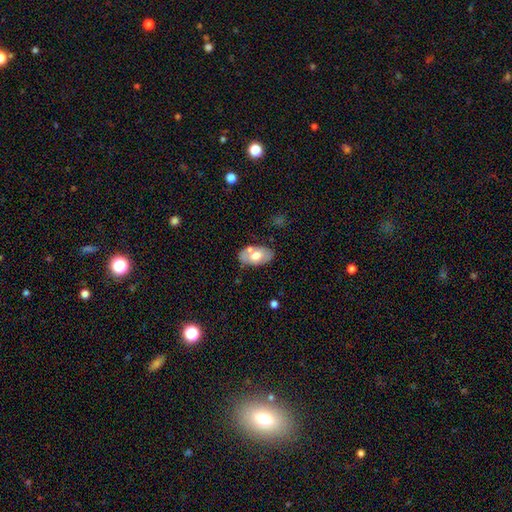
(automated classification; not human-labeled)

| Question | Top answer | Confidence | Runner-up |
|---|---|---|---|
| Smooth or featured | smooth | 61% | featured or disk (33%) |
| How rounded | in between | 93% | round (6%) |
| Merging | none | 69% | minor disturbance (16%) |